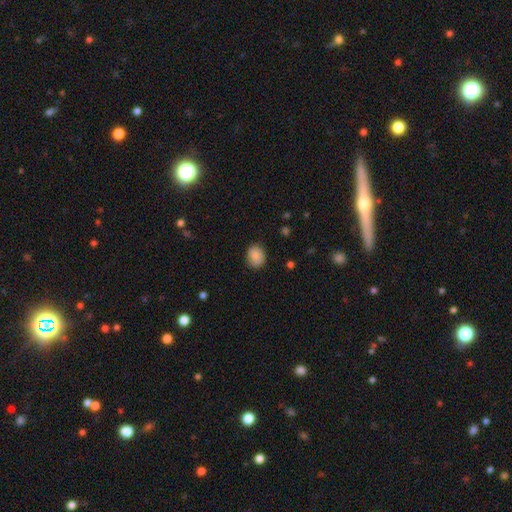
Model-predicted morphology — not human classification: Q: Smooth or featured?
A: smooth (87%); runner-up: star or artifact (8%)
Q: How rounded?
A: round (63%); runner-up: in between (36%)
Q: Merging?
A: none (81%); runner-up: minor disturbance (15%)